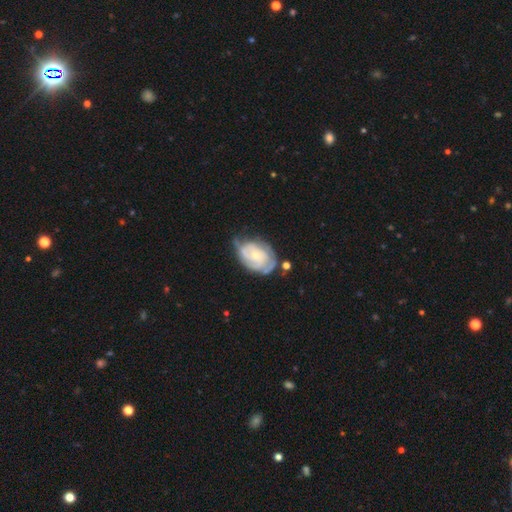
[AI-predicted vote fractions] A featured or disk galaxy (74%) with no bar (76%), tight (65%) spiral arms (85%) and a small central bulge (66%).

Vote fractions:
- Smooth or featured? featured or disk: 74% / smooth: 20% / star or artifact: 6%
- Edge-on disk? no: 97% / yes: 3%
- Bar? no: 76% / weak: 20% / strong: 4%
- Spiral arms? yes: 85% / no: 15%
- Spiral winding? tight: 65% / medium: 26% / loose: 9%
- Spiral arm count? can't tell: 44% / 2: 27% / 3: 14% / 1: 6% / 4: 5% / more than 4: 3%
- Bulge size? small: 66% / moderate: 29% / none: 2% / large: 2% / dominant: 1%
- Merging? none: 47% / minor disturbance: 33% / major disturbance: 16% / merger: 5%